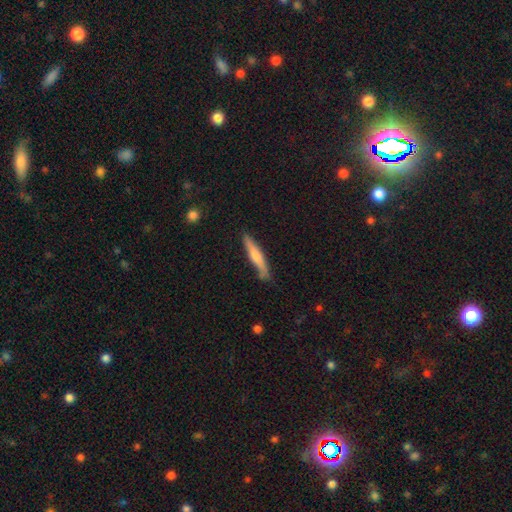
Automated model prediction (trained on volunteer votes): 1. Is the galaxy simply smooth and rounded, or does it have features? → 52% smooth, 42% featured or disk, 6% star or artifact.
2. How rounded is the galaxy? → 92% cigar-shaped, 6% in between, 1% round.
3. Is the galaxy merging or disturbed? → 82% none, 13% minor disturbance, 2% major disturbance, 2% merger.